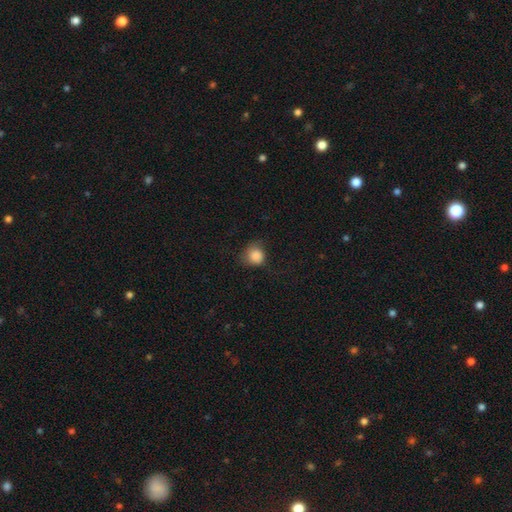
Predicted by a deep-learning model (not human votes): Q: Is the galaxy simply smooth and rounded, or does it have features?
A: smooth — 86%.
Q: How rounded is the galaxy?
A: round — 81%.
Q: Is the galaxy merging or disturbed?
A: none — 56%.